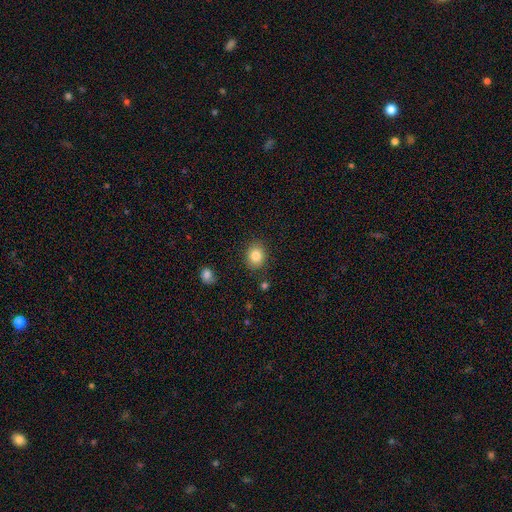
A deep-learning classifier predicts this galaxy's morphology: smooth 84%, star or artifact 9%, featured or disk 7%. Down the decision tree: how rounded — round (66%); merging — none (86%).